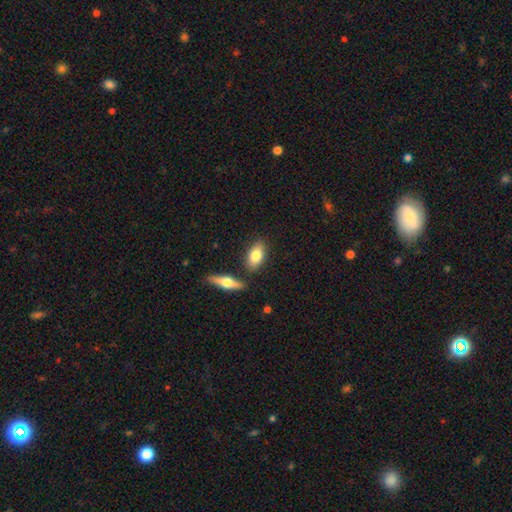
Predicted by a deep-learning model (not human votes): Smooth or featured: smooth — 77% (featured or disk — 18%)
How rounded: in between — 87% (cigar-shaped — 8%)
Merging: none — 78% (minor disturbance — 11%)